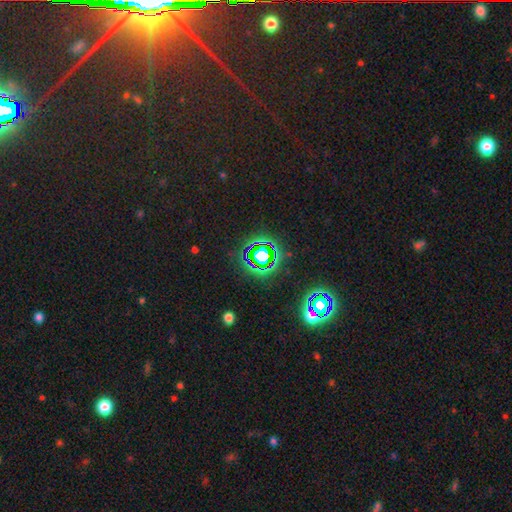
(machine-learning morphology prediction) smooth-or-featured: star or artifact: 74% | smooth: 16% | featured or disk: 10%